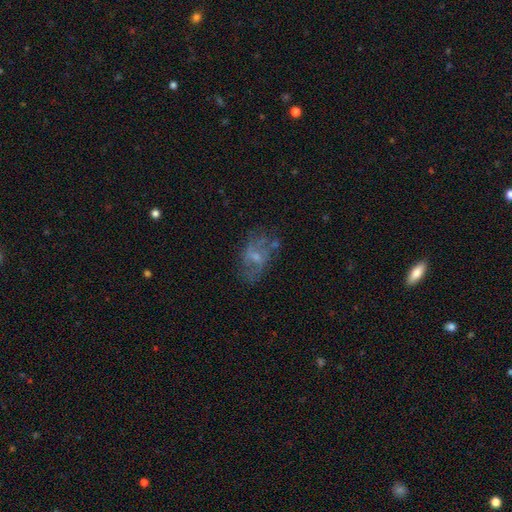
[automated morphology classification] Smooth or featured?
  - featured or disk: 58% *
  - smooth: 31%
  - star or artifact: 11%
Edge-on disk?
  - no: 96% *
  - yes: 4%
Bar?
  - no: 50% *
  - weak: 42%
  - strong: 8%
Spiral arms?
  - no: 52% *
  - yes: 48%
Bulge size?
  - small: 51% *
  - moderate: 29%
  - none: 16%
  - large: 2%
  - dominant: 1%
Merging?
  - none: 51% *
  - minor disturbance: 22%
  - major disturbance: 22%
  - merger: 5%